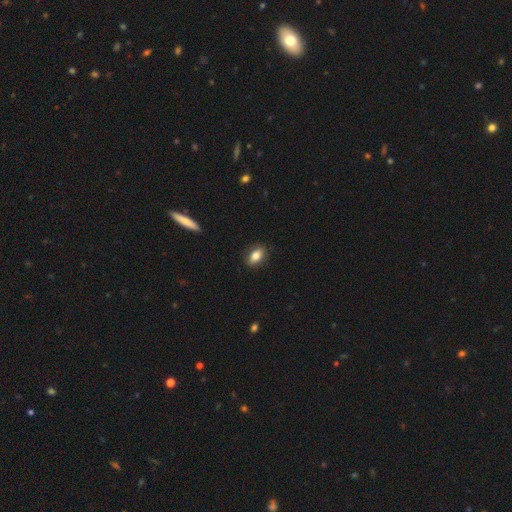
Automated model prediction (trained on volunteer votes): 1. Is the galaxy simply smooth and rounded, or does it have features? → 82% smooth, 11% featured or disk, 8% star or artifact.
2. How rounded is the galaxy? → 86% in between, 10% round, 4% cigar-shaped.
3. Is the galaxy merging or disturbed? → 87% none, 10% minor disturbance, 2% major disturbance, 1% merger.